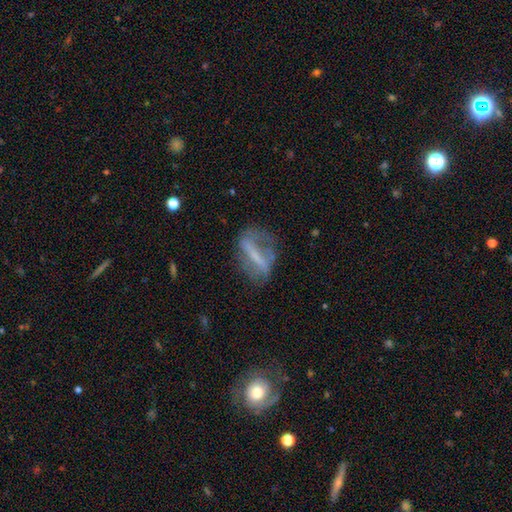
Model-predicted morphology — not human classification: type=featured or disk (60%); edge-on=no (82%); merging=none (51%).